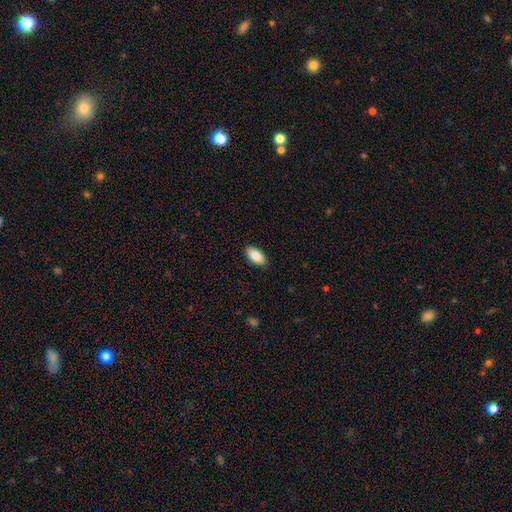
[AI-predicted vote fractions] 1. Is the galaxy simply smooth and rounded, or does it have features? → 83% smooth, 10% featured or disk, 7% star or artifact.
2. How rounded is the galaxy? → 92% in between, 6% cigar-shaped, 3% round.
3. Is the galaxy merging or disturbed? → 88% none, 9% minor disturbance, 2% major disturbance, 1% merger.